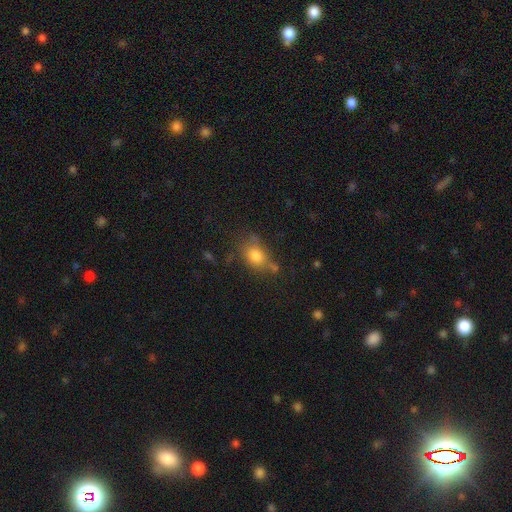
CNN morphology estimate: Smooth or featured?
  - smooth: 77% *
  - featured or disk: 12%
  - star or artifact: 11%
How rounded?
  - in between: 63% *
  - round: 35%
  - cigar-shaped: 2%
Merging?
  - none: 55% *
  - minor disturbance: 25%
  - merger: 11%
  - major disturbance: 10%